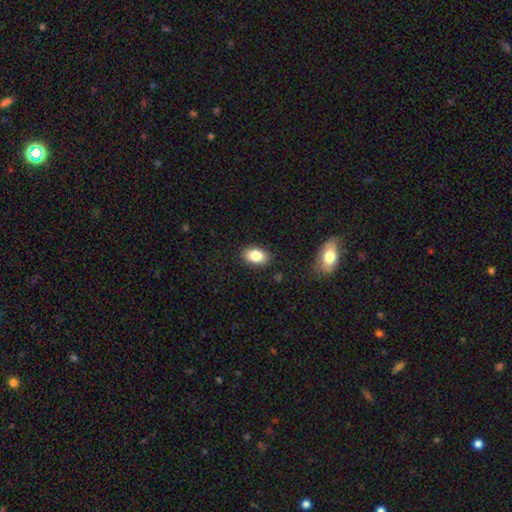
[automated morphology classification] smooth_or_featured: smooth (p=0.84) [alt: star or artifact p=0.08]
how_rounded: in between (p=0.87) [alt: round p=0.11]
merging: none (p=0.87) [alt: minor disturbance p=0.10]